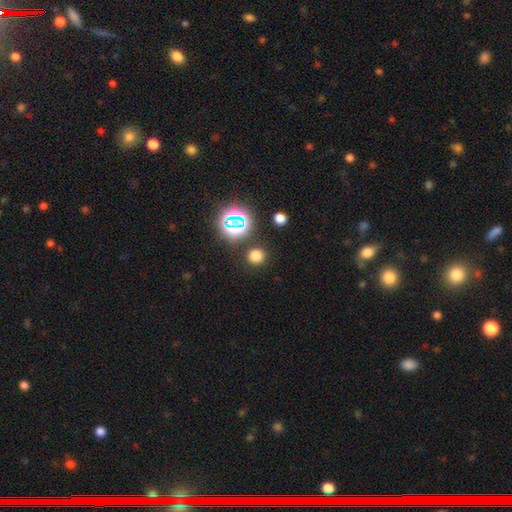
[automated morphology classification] Smooth or featured?
  - smooth: 71% *
  - star or artifact: 24%
  - featured or disk: 5%
How rounded?
  - round: 92% *
  - in between: 7%
  - cigar-shaped: 1%
Merging?
  - none: 88% *
  - minor disturbance: 6%
  - major disturbance: 3%
  - merger: 3%